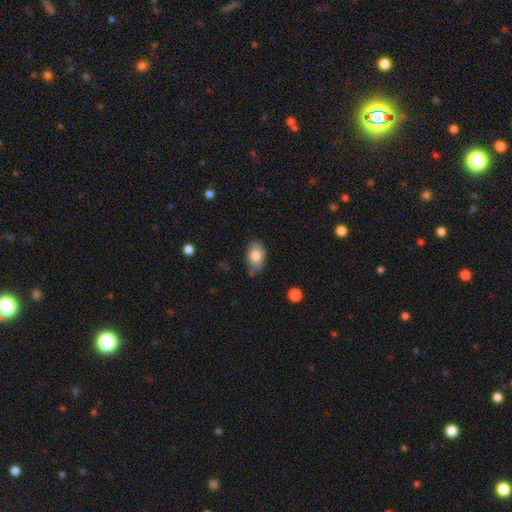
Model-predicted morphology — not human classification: The model was most divided on "merging": none: 74%, minor disturbance: 19%, major disturbance: 3%, merger: 3%. More confident: how rounded — in between (88%); smooth or featured — smooth (81%).